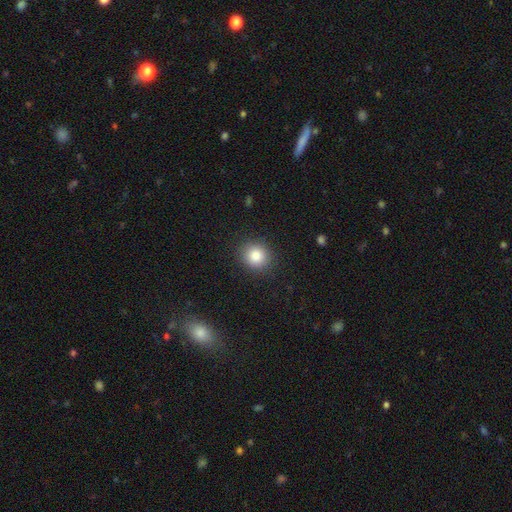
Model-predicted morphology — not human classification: A smooth galaxy with no disk features (85%) that is round (83%).

Vote fractions:
- Smooth or featured? smooth: 85% / star or artifact: 10% / featured or disk: 5%
- How rounded? round: 83% / in between: 16% / cigar-shaped: 1%
- Merging? none: 89% / minor disturbance: 7% / major disturbance: 3% / merger: 1%